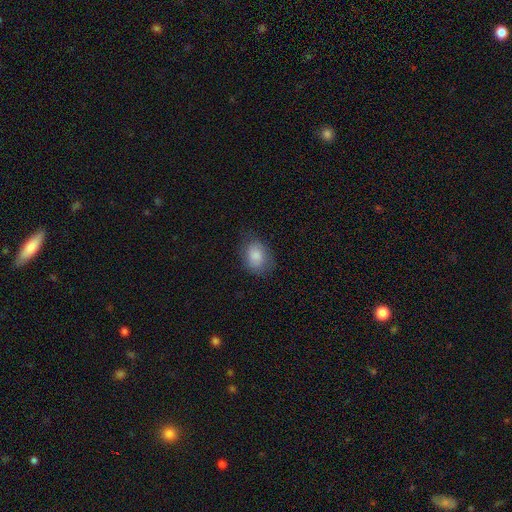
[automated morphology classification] A smooth galaxy with no disk features (84%) that is in between round and cigar-shaped (69%). Merging: none (72%).